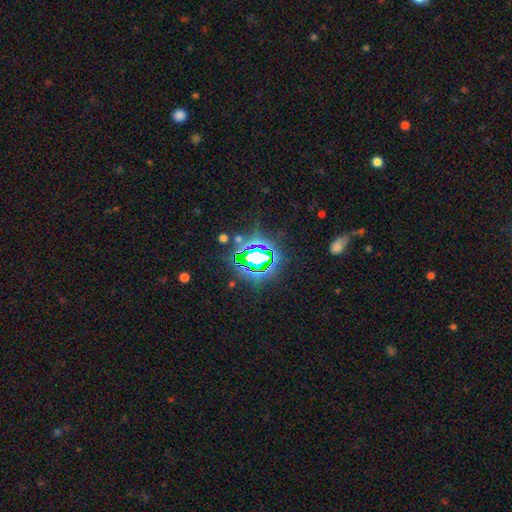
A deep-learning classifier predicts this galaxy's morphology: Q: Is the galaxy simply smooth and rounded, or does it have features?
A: star or artifact — 75%.